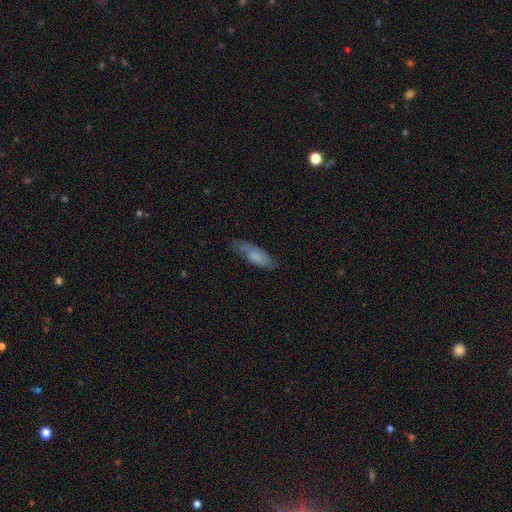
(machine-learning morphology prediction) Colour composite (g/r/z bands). It shows a smooth galaxy with no disk features (67%) that is in between round and cigar-shaped (61%). Merging: none (61%).